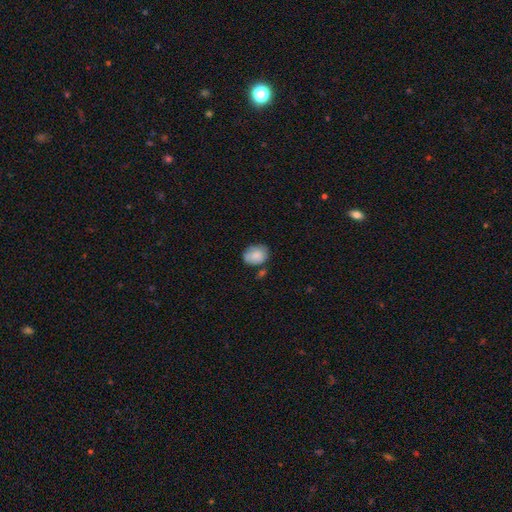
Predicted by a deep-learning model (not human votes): The model was most divided on "how rounded": in between: 64%, round: 35%, cigar-shaped: 1%. More confident: smooth or featured — smooth (81%); merging — none (59%).